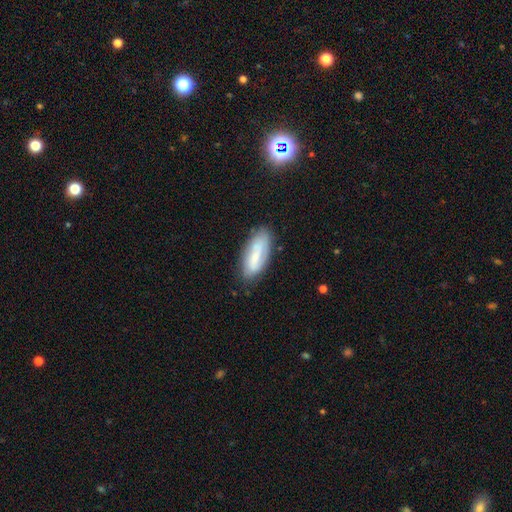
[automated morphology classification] Overall: smooth (59%; featured or disk 34%). How rounded: in between (76%). Merging: none (73%).